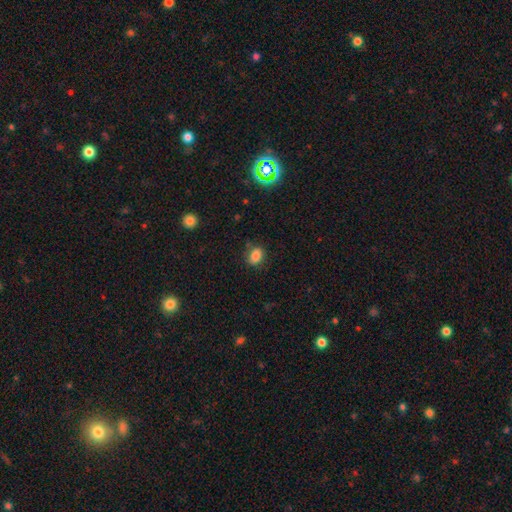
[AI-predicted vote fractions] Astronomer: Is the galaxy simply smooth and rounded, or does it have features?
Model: smooth — 83%.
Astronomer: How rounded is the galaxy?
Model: in between — 64%.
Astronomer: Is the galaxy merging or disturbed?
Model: none — 79%.